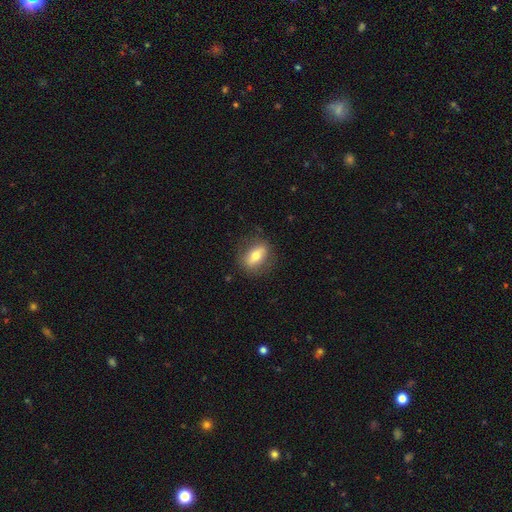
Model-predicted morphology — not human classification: Smooth or featured? Predicted: smooth (p=0.65). How rounded? Predicted: in between (p=0.74). Merging? Predicted: none (p=0.82).